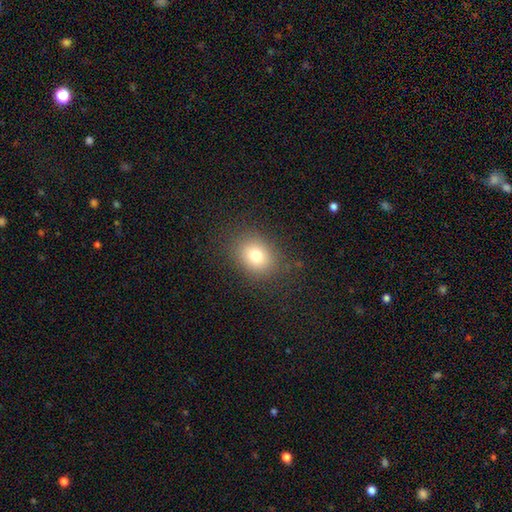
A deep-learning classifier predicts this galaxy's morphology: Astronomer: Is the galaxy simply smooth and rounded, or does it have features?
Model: smooth — 77%.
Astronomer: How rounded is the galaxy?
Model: round — 50% (runner-up: in between, 49%).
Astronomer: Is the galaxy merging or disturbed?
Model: none — 84%.